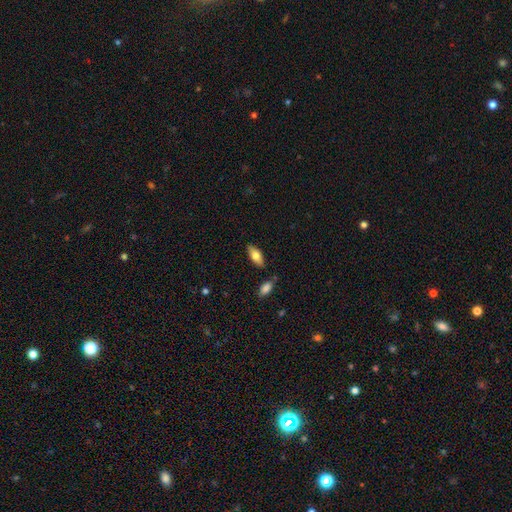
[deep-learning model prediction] A smooth galaxy with no disk features (69%) that is in between round and cigar-shaped (79%). Merging: none (82%).